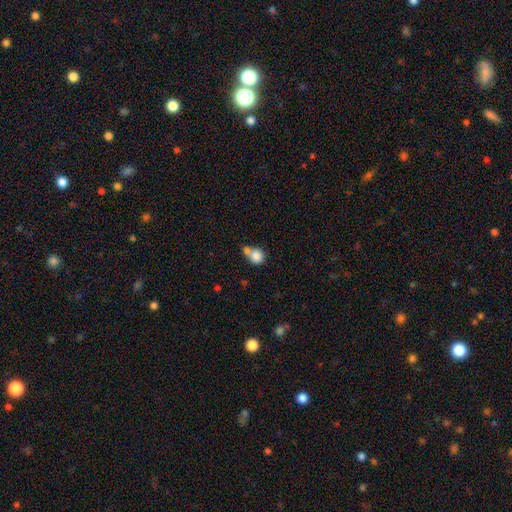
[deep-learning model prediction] Smooth or featured?
  - smooth: 82% *
  - star or artifact: 10%
  - featured or disk: 8%
How rounded?
  - round: 81% *
  - in between: 18%
  - cigar-shaped: 1%
Merging?
  - merger: 49% *
  - none: 35%
  - minor disturbance: 11%
  - major disturbance: 5%